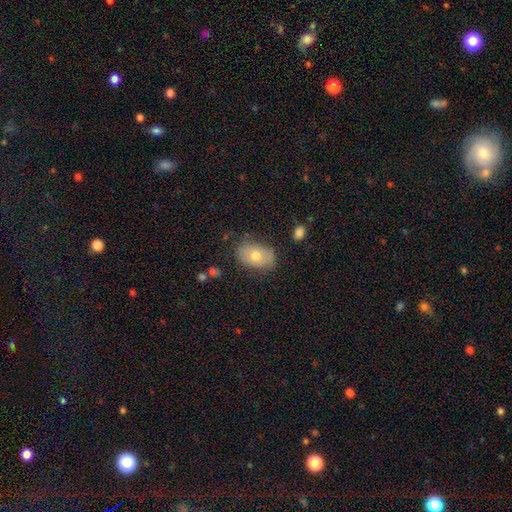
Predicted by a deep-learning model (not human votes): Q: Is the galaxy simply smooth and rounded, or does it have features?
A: smooth — 69%.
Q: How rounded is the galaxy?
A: in between — 87%.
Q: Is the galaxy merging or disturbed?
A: none — 76%.